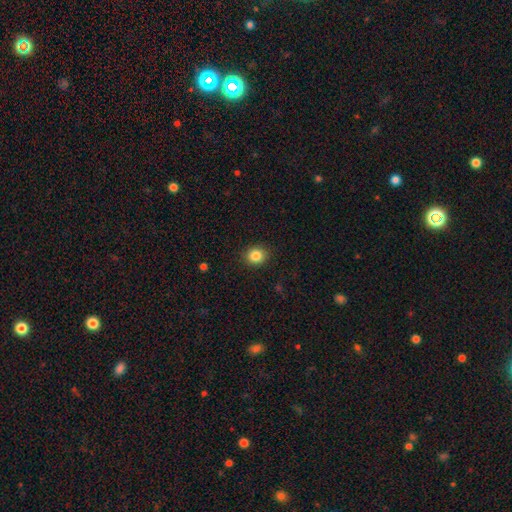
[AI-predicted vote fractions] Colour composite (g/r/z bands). It shows a smooth galaxy with no disk features (84%) that is round (75%). Merging: none (90%).